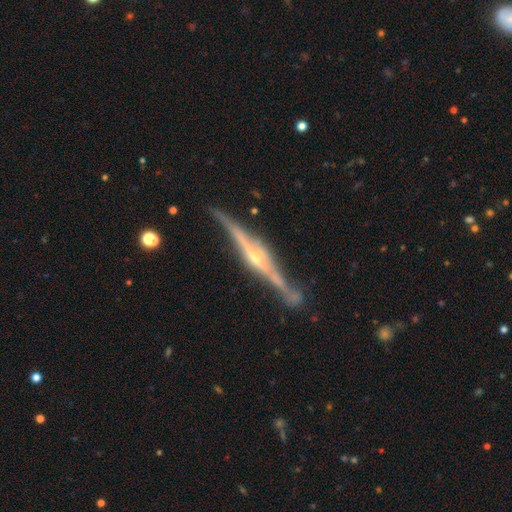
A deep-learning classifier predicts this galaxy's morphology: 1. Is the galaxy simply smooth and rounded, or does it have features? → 89% featured or disk, 6% smooth, 5% star or artifact.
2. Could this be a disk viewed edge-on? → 97% yes, 3% no.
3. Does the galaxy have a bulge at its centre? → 76% rounded, 16% boxy, 8% none.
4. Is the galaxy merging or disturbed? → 79% none, 14% minor disturbance, 4% major disturbance, 4% merger.